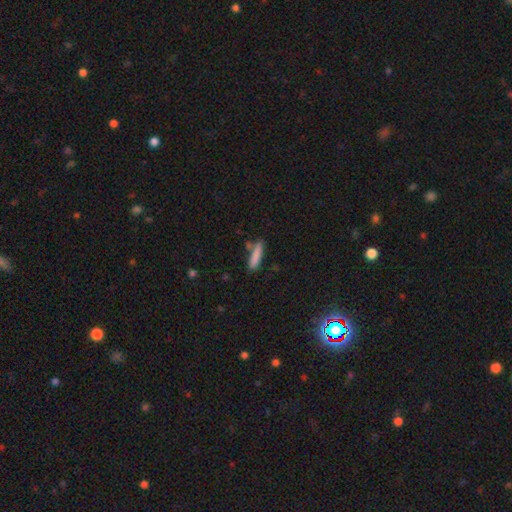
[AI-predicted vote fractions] smooth-or-featured: smooth: 84% | featured or disk: 9% | star or artifact: 7%
  how-rounded: cigar-shaped: 82% | in between: 16% | round: 2%
  merging: none: 75% | minor disturbance: 14% | merger: 8% | major disturbance: 3%